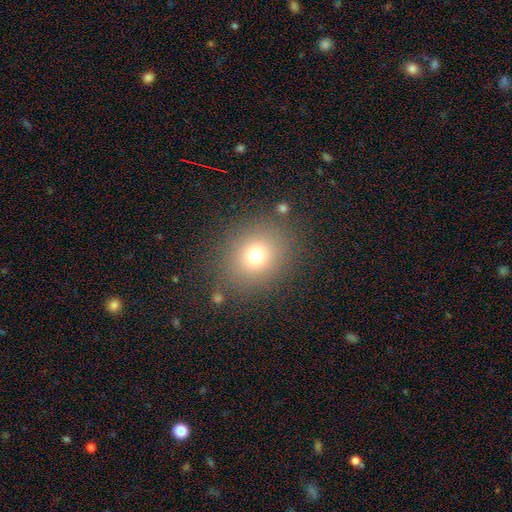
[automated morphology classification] Smooth or featured: smooth — 72% (star or artifact — 18%)
How rounded: round — 76% (in between — 23%)
Merging: none — 83% (minor disturbance — 9%)